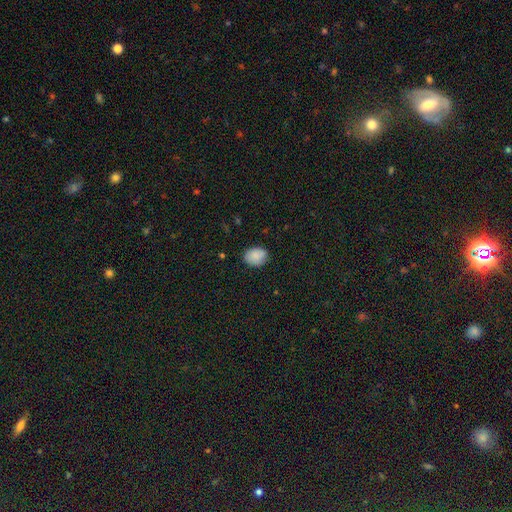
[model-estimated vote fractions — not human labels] This appears to be a smooth galaxy with no disk features (87%) that is in between round and cigar-shaped (61%). Merging: none (81%).